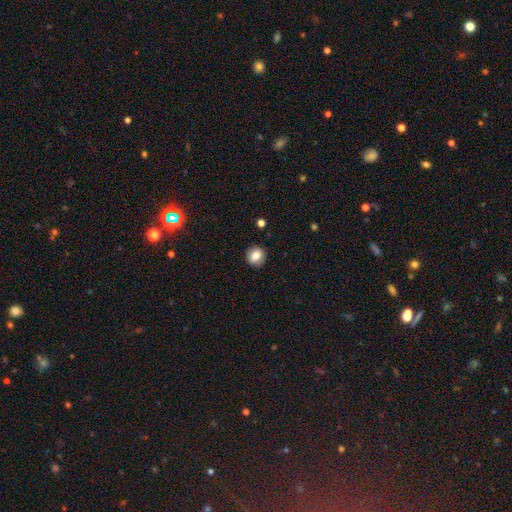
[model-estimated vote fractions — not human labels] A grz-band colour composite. It shows a smooth galaxy with no disk features (79%) that is round (89%). Merging: none (91%).